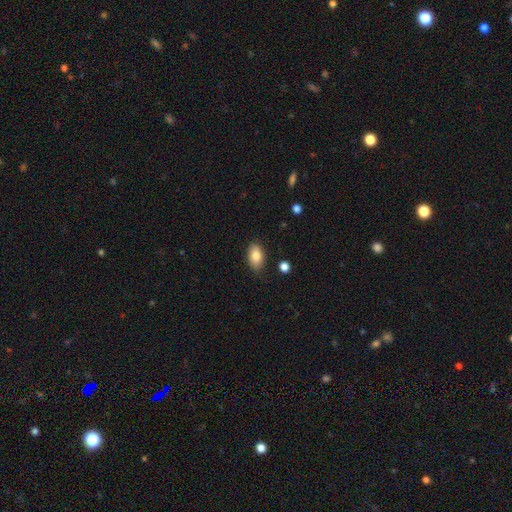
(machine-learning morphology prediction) smooth 85%, featured or disk 7%, star or artifact 7%. Down the decision tree: how rounded — in between (92%); merging — none (85%).